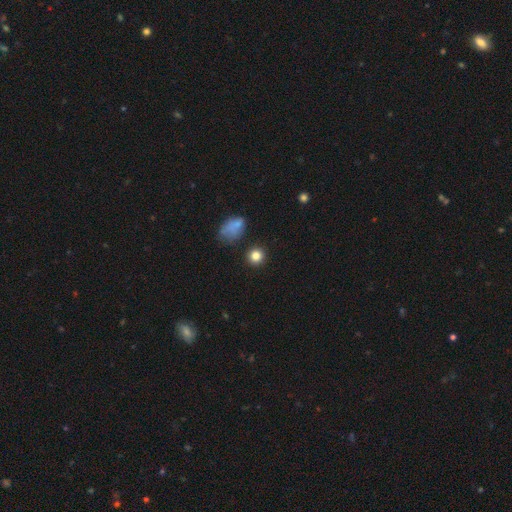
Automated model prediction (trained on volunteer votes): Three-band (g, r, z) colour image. It shows a smooth galaxy with no disk features (82%) that is round (89%). Merging: none (85%).